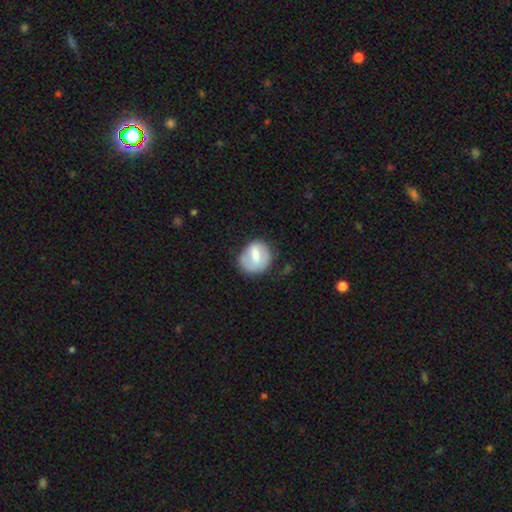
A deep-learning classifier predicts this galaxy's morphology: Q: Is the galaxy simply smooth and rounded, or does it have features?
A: smooth — 66%.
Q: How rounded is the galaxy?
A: round — 68%.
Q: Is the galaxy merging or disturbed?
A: none — 56%.